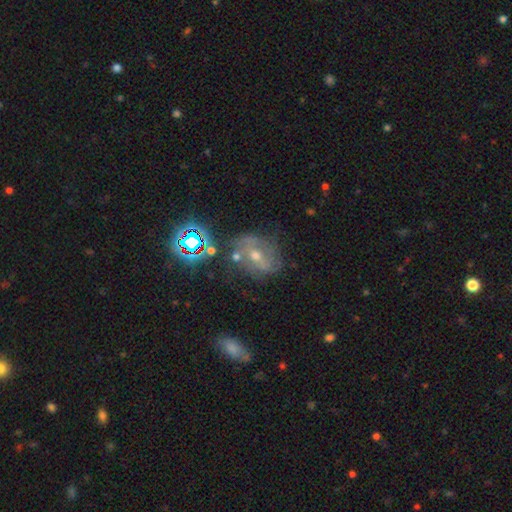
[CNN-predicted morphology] This appears to be a featured or disk galaxy (57%) with a weak bar (40%), spiral arms (71%) and a moderate central bulge (57%). Merging: none (62%).